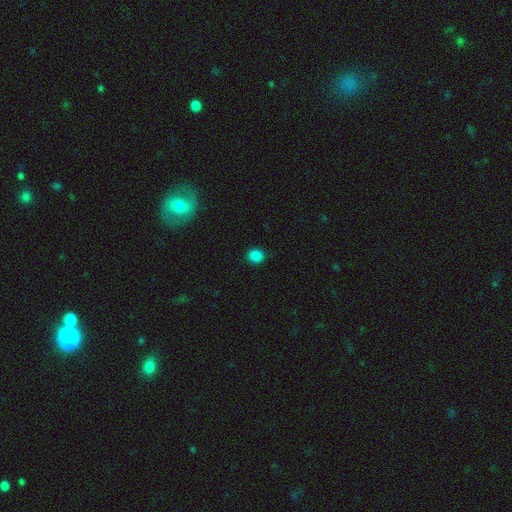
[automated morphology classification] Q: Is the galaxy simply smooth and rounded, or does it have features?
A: smooth — 86%.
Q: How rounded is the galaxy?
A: round — 82%.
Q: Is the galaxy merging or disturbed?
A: none — 91%.